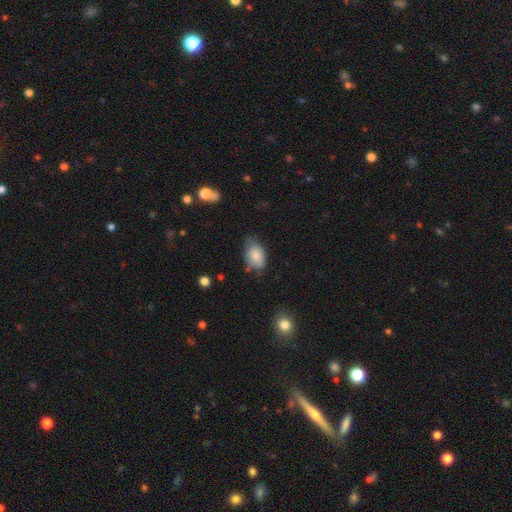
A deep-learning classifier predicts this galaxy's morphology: Smooth or featured: smooth — 83% (featured or disk — 9%)
How rounded: in between — 89% (round — 9%)
Merging: none — 57% (minor disturbance — 33%)